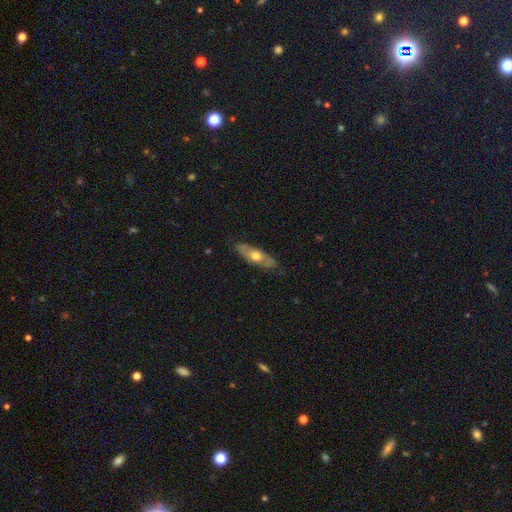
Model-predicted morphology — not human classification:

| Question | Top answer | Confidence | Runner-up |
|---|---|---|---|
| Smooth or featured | featured or disk | 49% | smooth (46%) |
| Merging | none | 81% | minor disturbance (15%) |